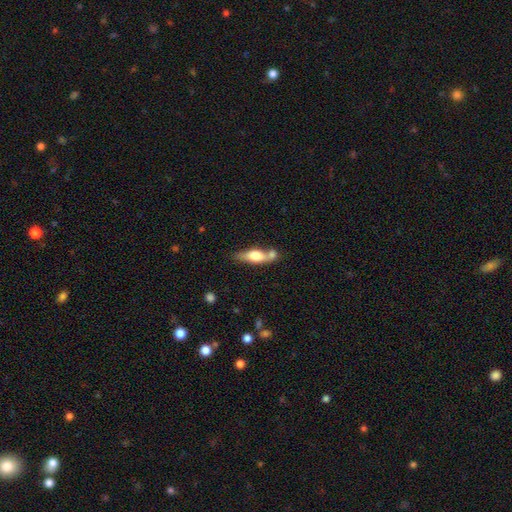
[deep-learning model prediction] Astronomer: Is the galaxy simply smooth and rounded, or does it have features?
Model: smooth — 55% (runner-up: featured or disk, 38%).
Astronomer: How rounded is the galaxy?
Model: in between — 50% (runner-up: cigar-shaped, 46%).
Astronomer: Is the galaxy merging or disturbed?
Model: none — 45% (runner-up: merger, 35%).